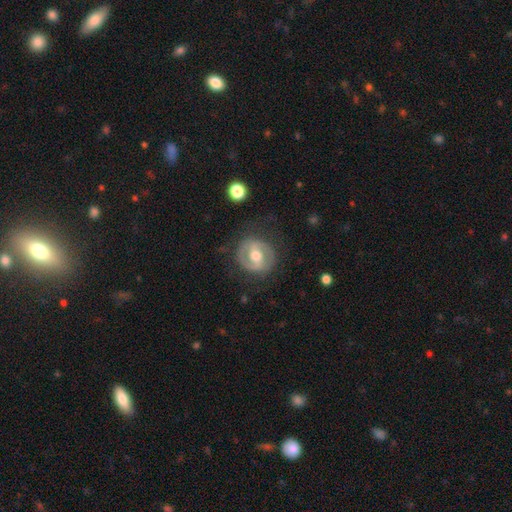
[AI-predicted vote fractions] This appears to be a featured or disk galaxy (70%) with a weak bar (41%), spiral arms (57%) and a moderate central bulge (76%). Merging: none (76%).